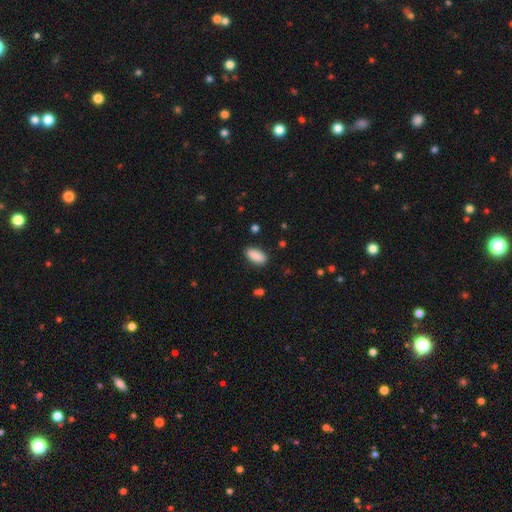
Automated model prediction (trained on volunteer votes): Morphology: type=smooth (89%); roundness=in between (92%); merging=none (86%).